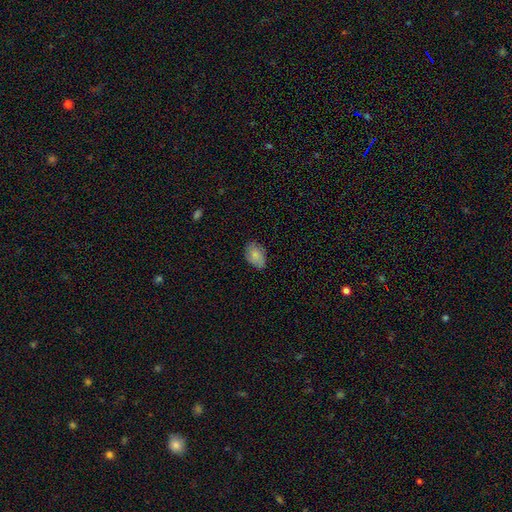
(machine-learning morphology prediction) The model was most divided on "merging": none: 74%, minor disturbance: 21%, major disturbance: 4%, merger: 1%. More confident: how rounded — in between (87%); smooth or featured — smooth (79%).